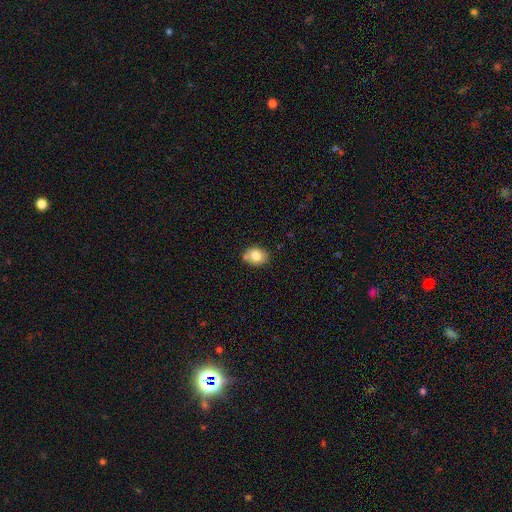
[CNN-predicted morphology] smooth_or_featured: smooth (p=0.79) [alt: featured or disk p=0.11]
how_rounded: round (p=0.52) [alt: in between p=0.47]
merging: none (p=0.67) [alt: minor disturbance p=0.17]